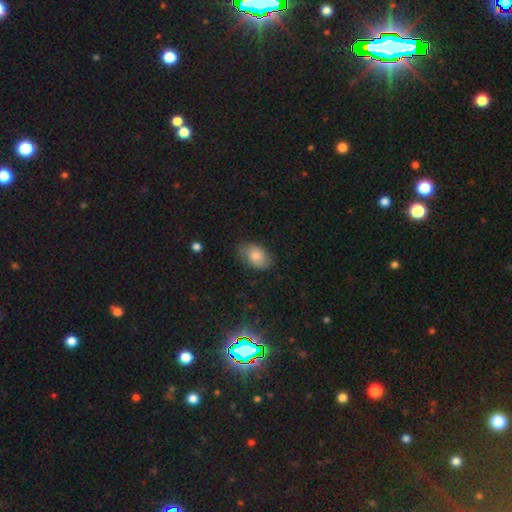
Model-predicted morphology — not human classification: Smooth or featured? smooth (76%)
How rounded? in between (87%)
Merging? none (73%)